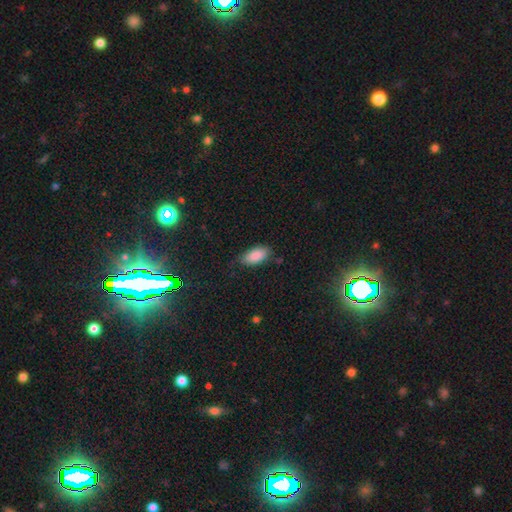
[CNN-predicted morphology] Smooth or featured? Predicted: smooth (p=0.88). How rounded? Predicted: in between (p=0.92). Merging? Predicted: none (p=0.76).